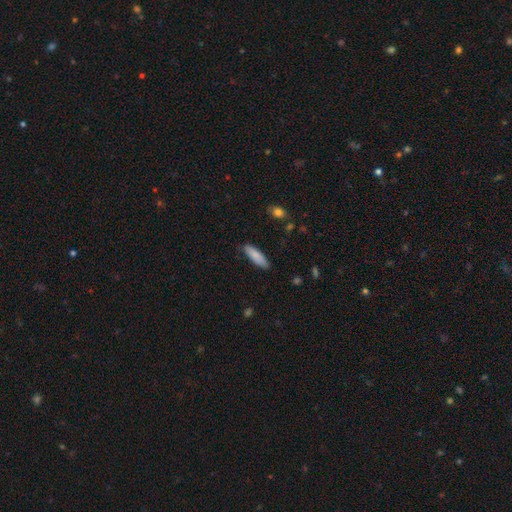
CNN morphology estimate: Overall: smooth (85%). How rounded: cigar-shaped (56%; in between 42%). Merging: none (82%).